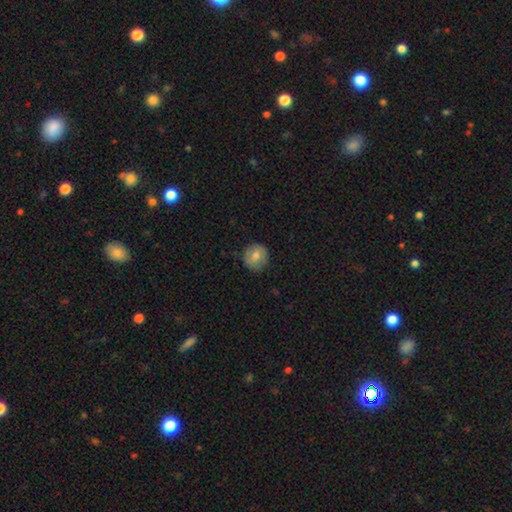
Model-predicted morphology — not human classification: This is likely a smooth galaxy (74%). How rounded: clearly round (90%). Merging: clearly none (85%).